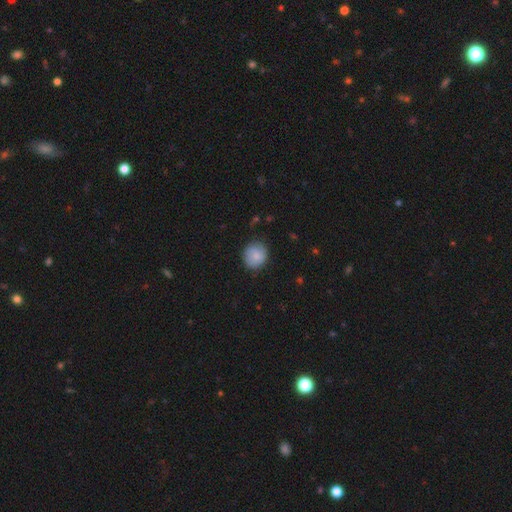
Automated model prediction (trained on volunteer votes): Overall: smooth (78%). How rounded: round (84%). Merging: none (81%).